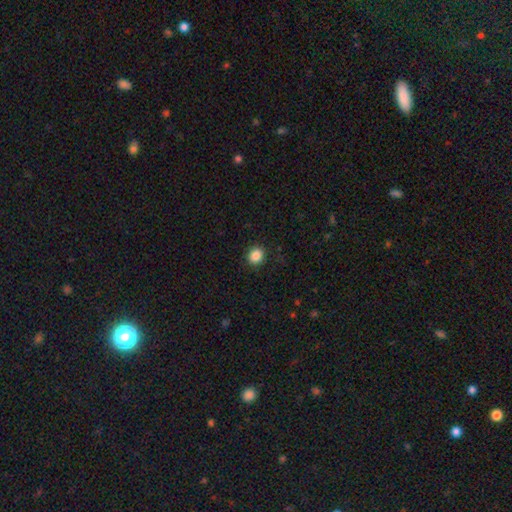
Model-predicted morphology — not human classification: A smooth galaxy with no disk features (87%) that is round (77%). Merging: none (89%).